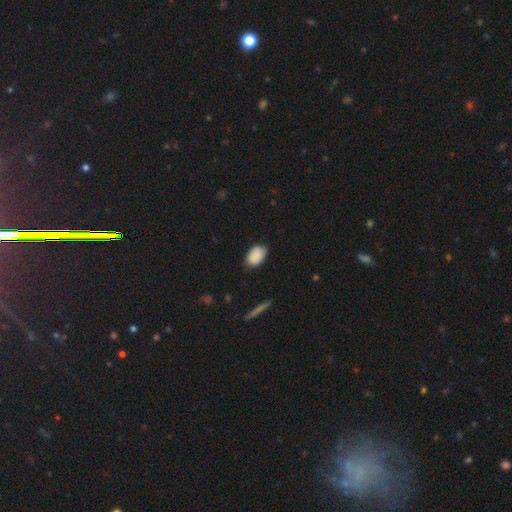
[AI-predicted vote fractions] smooth_or_featured: smooth (p=0.89) [alt: star or artifact p=0.07]
how_rounded: in between (p=0.86) [alt: round p=0.12]
merging: none (p=0.81) [alt: minor disturbance p=0.15]